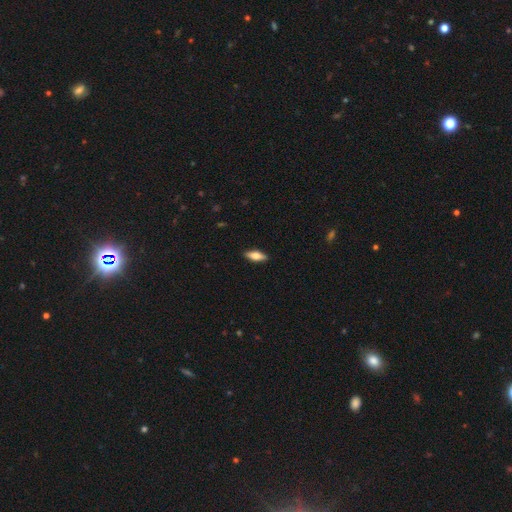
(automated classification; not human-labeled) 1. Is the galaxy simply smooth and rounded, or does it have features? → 64% smooth, 30% featured or disk, 6% star or artifact.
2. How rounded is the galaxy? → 64% in between, 33% cigar-shaped, 3% round.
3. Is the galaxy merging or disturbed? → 89% none, 8% minor disturbance, 2% major disturbance, 1% merger.